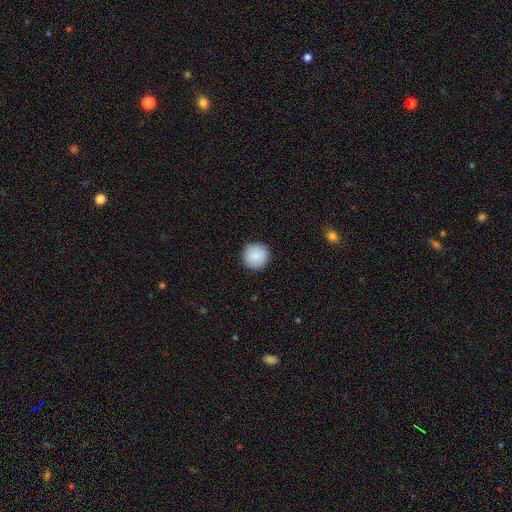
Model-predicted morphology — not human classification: This appears to be a smooth galaxy with no disk features (89%) that is round (96%). Merging: none (92%).